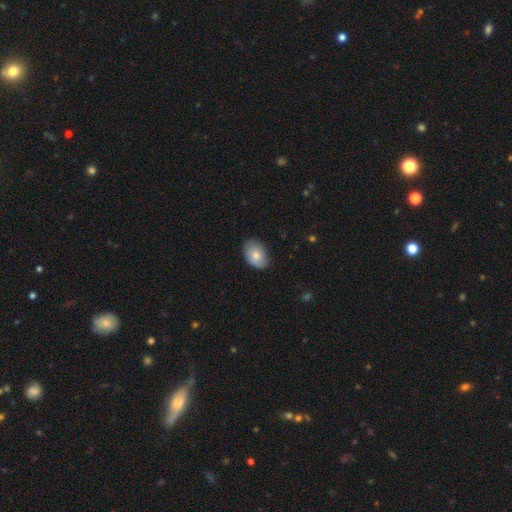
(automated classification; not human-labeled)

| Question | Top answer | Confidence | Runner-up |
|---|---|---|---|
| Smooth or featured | smooth | 77% | featured or disk (16%) |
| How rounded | in between | 84% | round (15%) |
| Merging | none | 80% | minor disturbance (17%) |